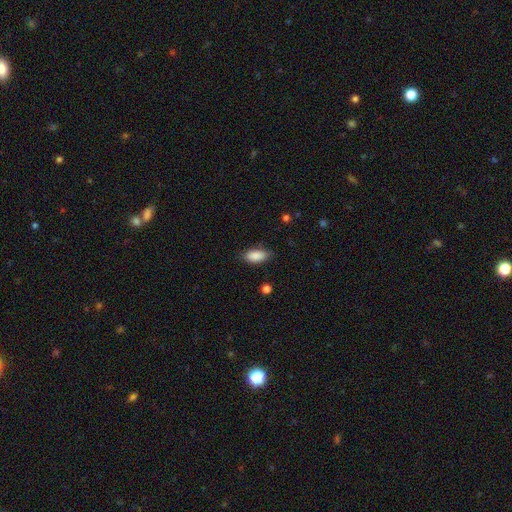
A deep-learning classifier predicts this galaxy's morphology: smooth 89%, star or artifact 7%, featured or disk 4%. Down the decision tree: how rounded — in between (90%); merging — none (80%).